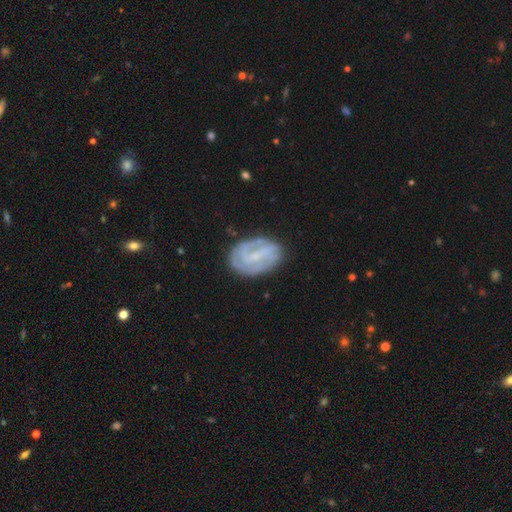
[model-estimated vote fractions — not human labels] smooth_or_featured: featured or disk (p=0.76) [alt: smooth p=0.18]
disk_edge_on: no (p=0.97) [alt: yes p=0.03]
bar: weak (p=0.50) [alt: no p=0.25]
has_spiral_arms: yes (p=0.88) [alt: no p=0.12]
spiral_winding: tight (p=0.52) [alt: medium p=0.35]
spiral_arm_count: 2 (p=0.48) [alt: can't tell p=0.28]
bulge_size: small (p=0.61) [alt: none p=0.21]
merging: none (p=0.74) [alt: minor disturbance p=0.18]